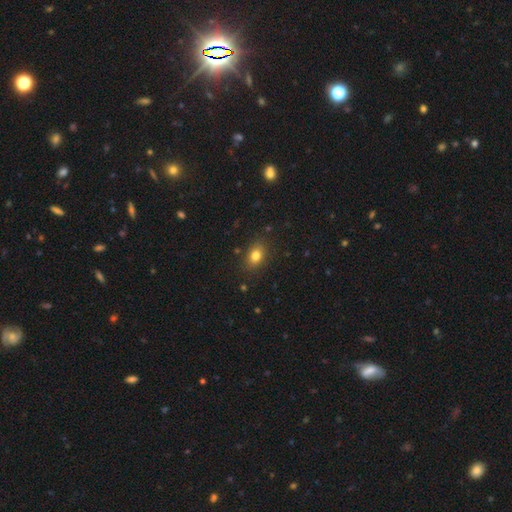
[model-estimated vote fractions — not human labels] Overall: smooth (81%). How rounded: in between (72%). Merging: none (85%).